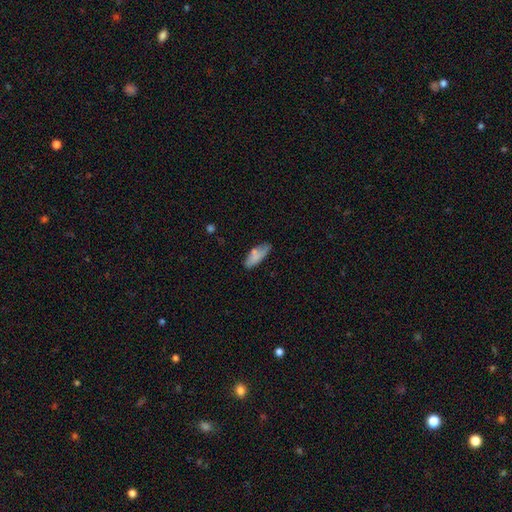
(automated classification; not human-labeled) Smooth or featured? smooth (78%)
How rounded? in between (69%)
Merging? none (62%)